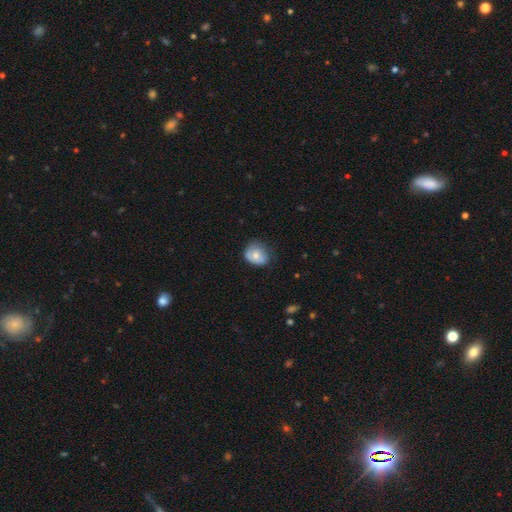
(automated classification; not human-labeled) A smooth galaxy with no disk features (65%) that is round (58%). Merging: none (52%).